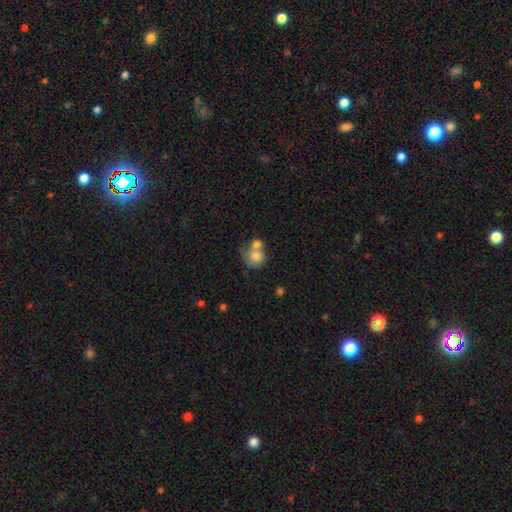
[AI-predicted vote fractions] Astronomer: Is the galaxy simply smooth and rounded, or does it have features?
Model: smooth — 74%.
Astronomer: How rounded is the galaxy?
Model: round — 73%.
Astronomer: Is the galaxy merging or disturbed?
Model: merger — 54%.